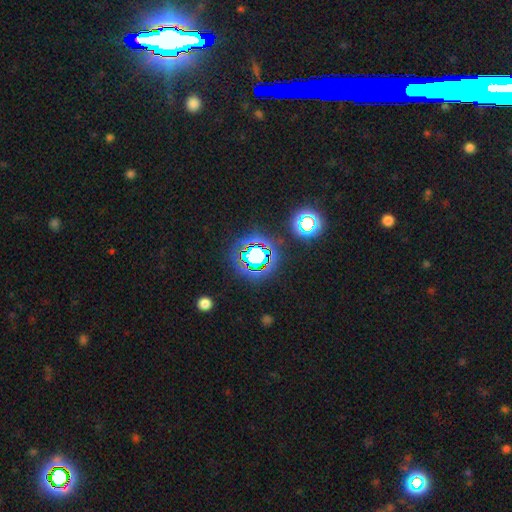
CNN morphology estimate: This appears to be a star or artifact, not a galaxy (64%).